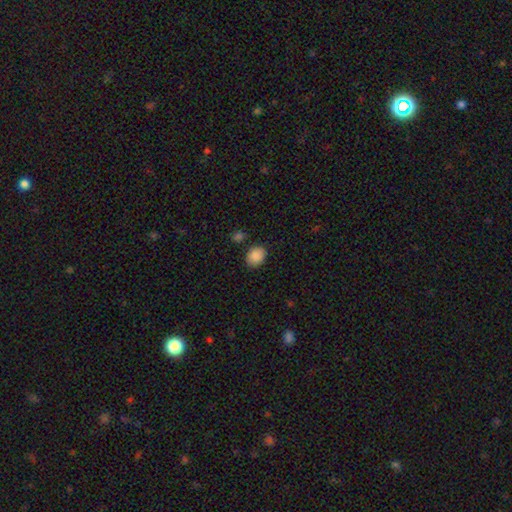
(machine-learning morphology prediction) Q: Smooth or featured?
A: smooth (88%); runner-up: star or artifact (8%)
Q: How rounded?
A: in between (52%); runner-up: round (47%)
Q: Merging?
A: none (81%); runner-up: minor disturbance (12%)